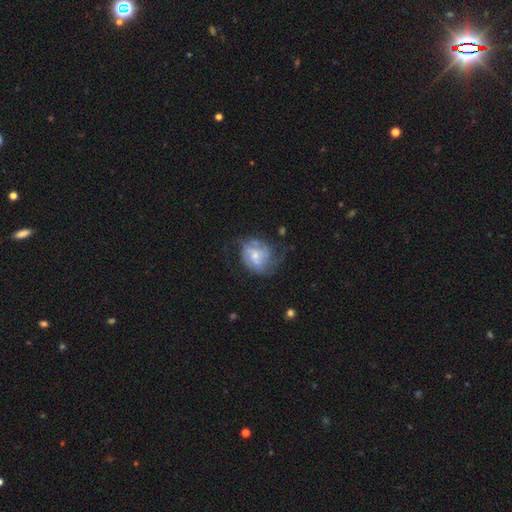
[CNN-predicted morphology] Smooth or featured: featured or disk — 60% (smooth — 31%)
Edge-on disk: no — 97% (yes — 3%)
Bar: no — 68% (weak — 28%)
Spiral arms: yes — 60% (no — 40%)
Bulge size: small — 51% (moderate — 36%)
Merging: none — 42% (major disturbance — 27%)